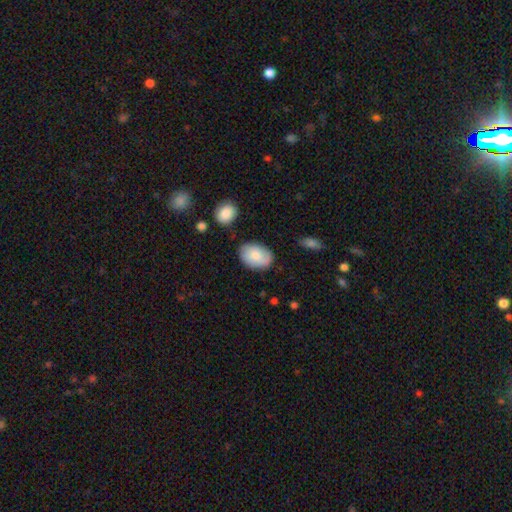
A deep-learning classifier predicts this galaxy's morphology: The model was most divided on "merging": none: 75%, minor disturbance: 18%, major disturbance: 4%, merger: 3%. More confident: how rounded — in between (84%); smooth or featured — smooth (79%).